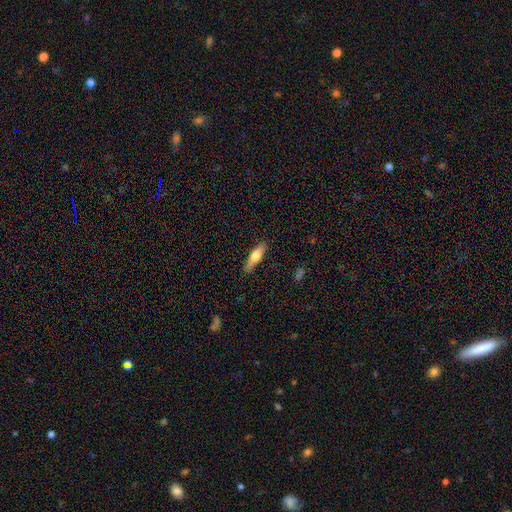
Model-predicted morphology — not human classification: The model was most divided on "how rounded": cigar-shaped: 62%, in between: 36%, round: 2%. More confident: merging — none (87%); smooth or featured — smooth (61%).